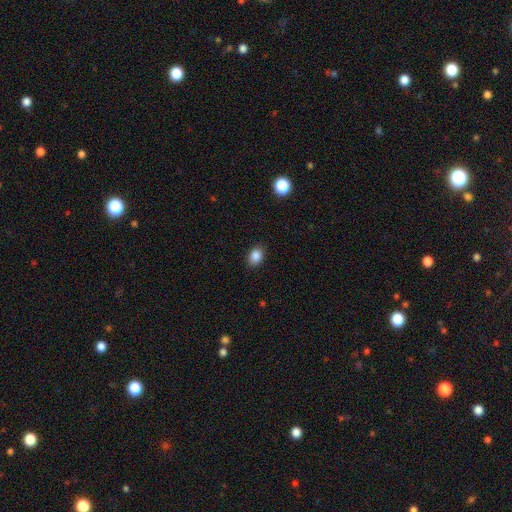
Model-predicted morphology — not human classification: This is clearly a smooth galaxy (86%). How rounded: likely in between (67%). Merging: clearly none (87%).